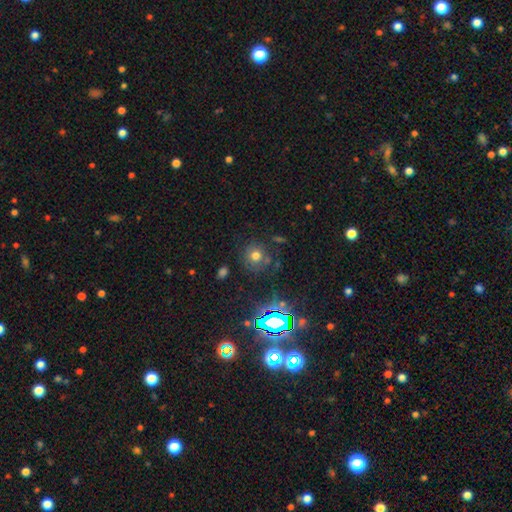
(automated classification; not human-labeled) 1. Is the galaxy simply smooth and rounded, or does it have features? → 60% smooth, 26% star or artifact, 14% featured or disk.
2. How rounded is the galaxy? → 88% round, 10% in between, 1% cigar-shaped.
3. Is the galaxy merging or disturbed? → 75% none, 14% minor disturbance, 7% major disturbance, 4% merger.